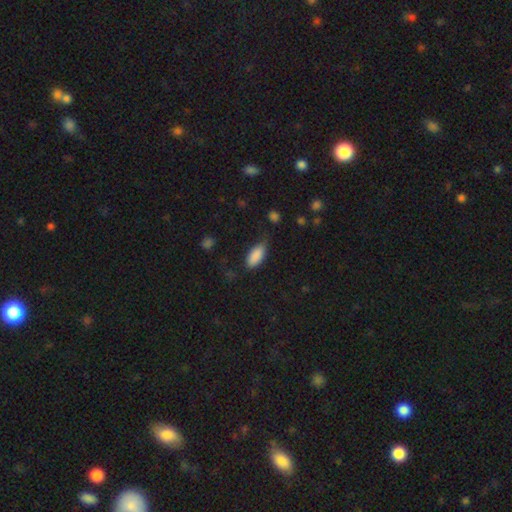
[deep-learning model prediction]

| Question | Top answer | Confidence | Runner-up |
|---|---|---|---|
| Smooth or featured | smooth | 87% | star or artifact (7%) |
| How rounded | in between | 89% | cigar-shaped (8%) |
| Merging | none | 61% | minor disturbance (30%) |